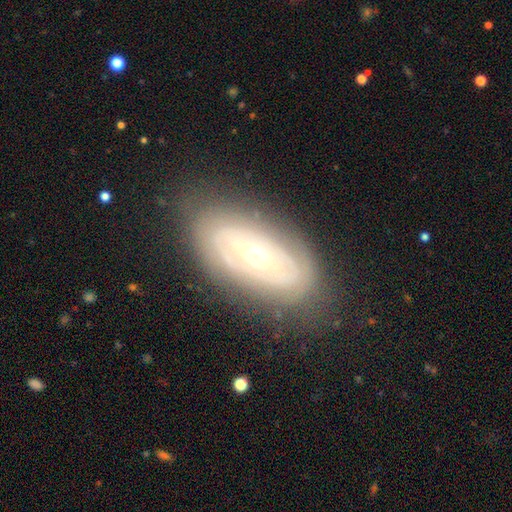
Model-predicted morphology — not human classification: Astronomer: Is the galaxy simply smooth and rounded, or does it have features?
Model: featured or disk — 74%.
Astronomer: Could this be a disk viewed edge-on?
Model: no — 91%.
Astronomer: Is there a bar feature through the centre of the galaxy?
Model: no — 75%.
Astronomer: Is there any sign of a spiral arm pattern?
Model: yes — 70%.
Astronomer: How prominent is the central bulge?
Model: small — 48%, tied with moderate at 48%.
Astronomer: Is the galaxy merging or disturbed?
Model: none — 80%.